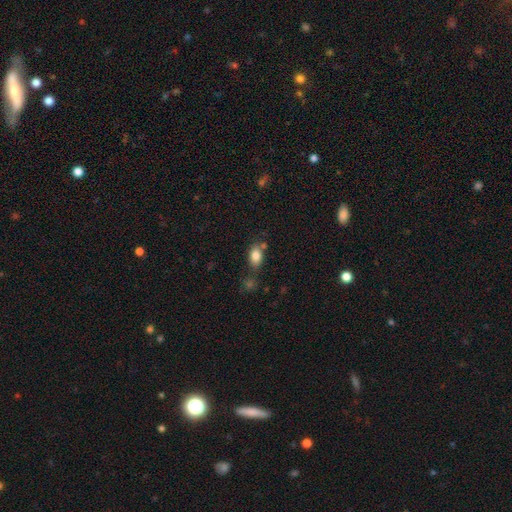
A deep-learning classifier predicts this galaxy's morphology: smooth 83%, star or artifact 9%, featured or disk 8%. Down the decision tree: how rounded — in between (83%); merging — none (63%).